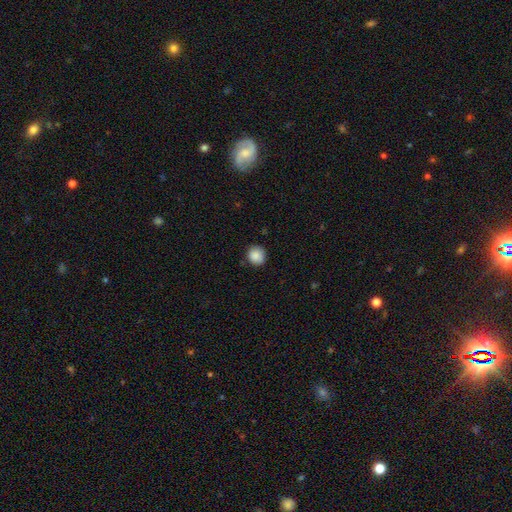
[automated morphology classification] Overall: smooth (88%). How rounded: round (87%). Merging: none (84%).